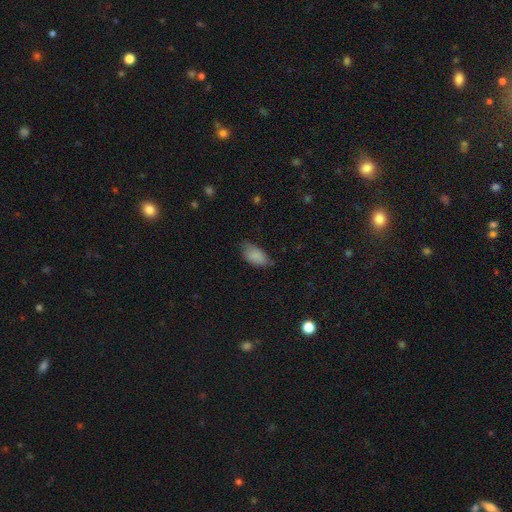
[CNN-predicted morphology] A smooth galaxy with no disk features (84%) that is in between round and cigar-shaped (93%). Merging: none (57%).